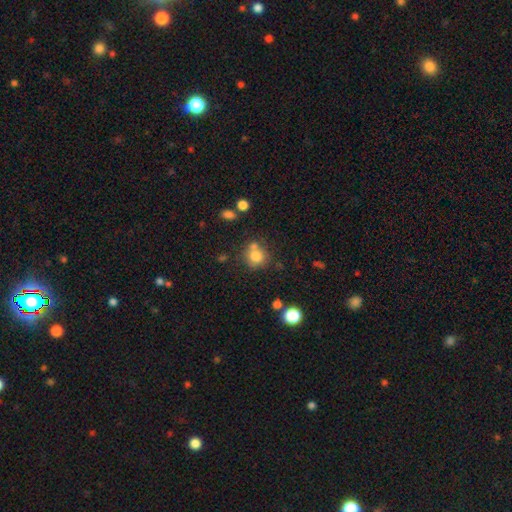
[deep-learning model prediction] Smooth or featured? smooth (78%)
How rounded? round (86%)
Merging? none (61%)